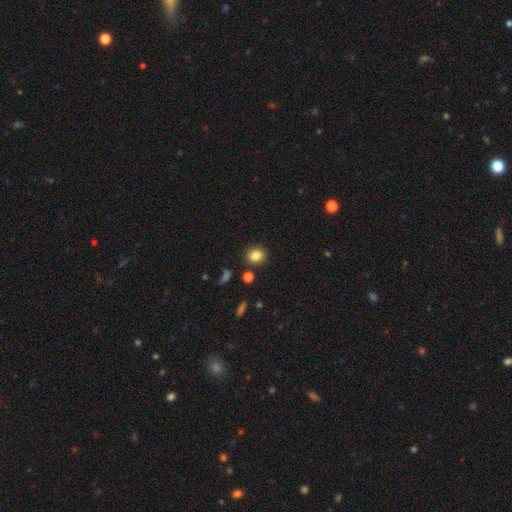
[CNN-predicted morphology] Q: Smooth or featured?
A: smooth (83%); runner-up: star or artifact (10%)
Q: How rounded?
A: round (67%); runner-up: in between (32%)
Q: Merging?
A: none (86%); runner-up: minor disturbance (8%)